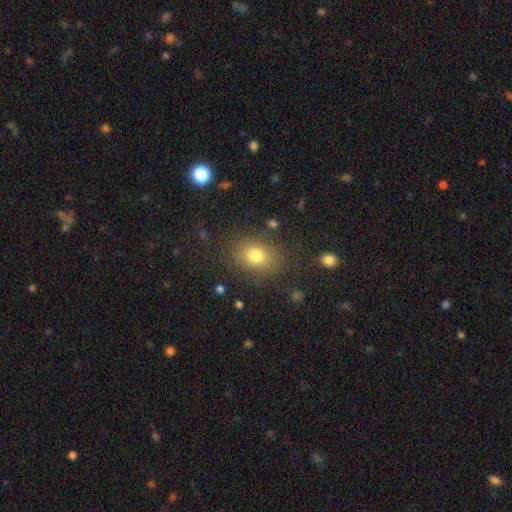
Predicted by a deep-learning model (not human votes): Overall: smooth (78%). How rounded: in between (57%; round 42%). Merging: none (82%).